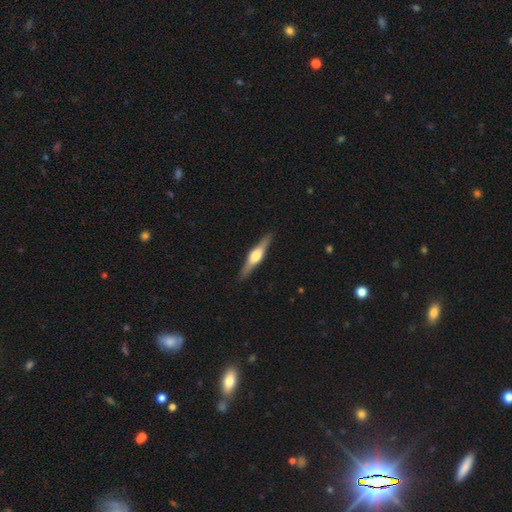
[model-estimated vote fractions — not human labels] Q: Smooth or featured?
A: featured or disk (69%); runner-up: smooth (26%)
Q: Edge-on disk?
A: yes (97%); runner-up: no (3%)
Q: Edge-on bulge?
A: rounded (91%); runner-up: boxy (7%)
Q: Merging?
A: none (90%); runner-up: minor disturbance (7%)